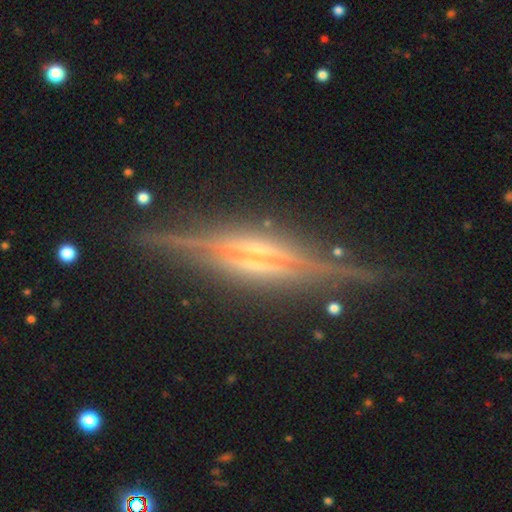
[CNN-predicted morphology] Overall: featured or disk (88%). Edge-on disk: yes (97%). Edge-on bulge: rounded (59%; boxy 29%). Merging: none (85%).